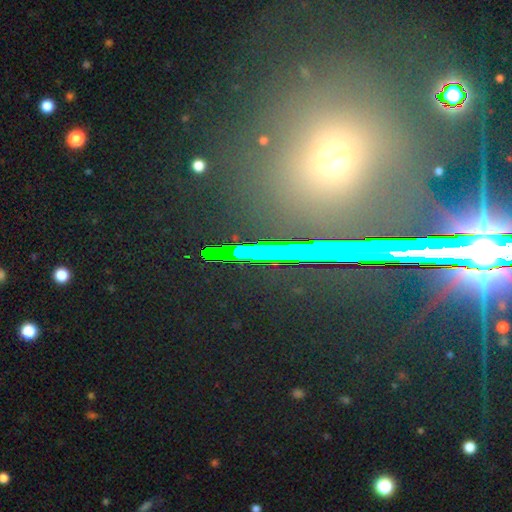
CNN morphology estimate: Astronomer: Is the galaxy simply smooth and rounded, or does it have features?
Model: star or artifact — 72%.